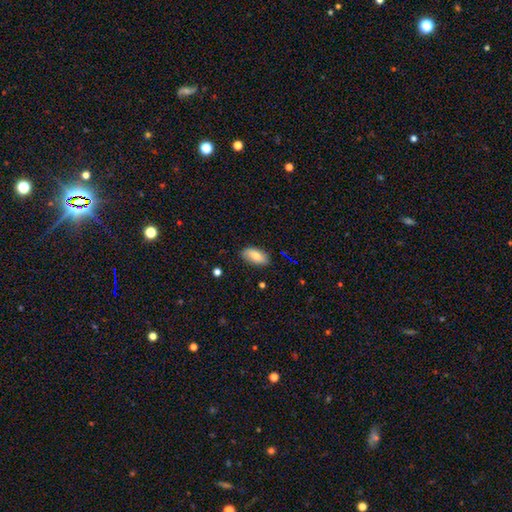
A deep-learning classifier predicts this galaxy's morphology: The model was most divided on "smooth or featured": smooth: 77%, featured or disk: 15%, star or artifact: 7%. More confident: how rounded — in between (92%); merging — none (83%).